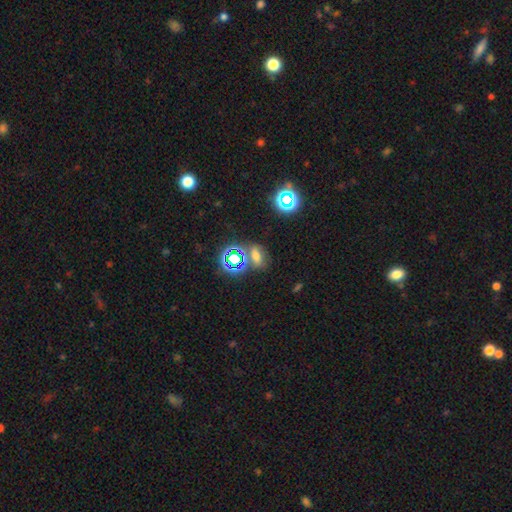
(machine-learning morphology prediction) smooth 50%, star or artifact 38%, featured or disk 12%. Down the decision tree: merging — none (63%).